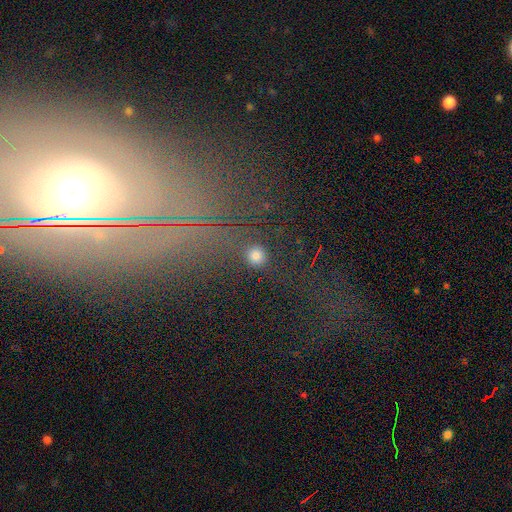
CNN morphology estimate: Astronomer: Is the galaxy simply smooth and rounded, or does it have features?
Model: smooth — 74%.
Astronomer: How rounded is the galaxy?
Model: round — 88%.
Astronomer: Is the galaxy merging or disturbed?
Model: none — 81%.